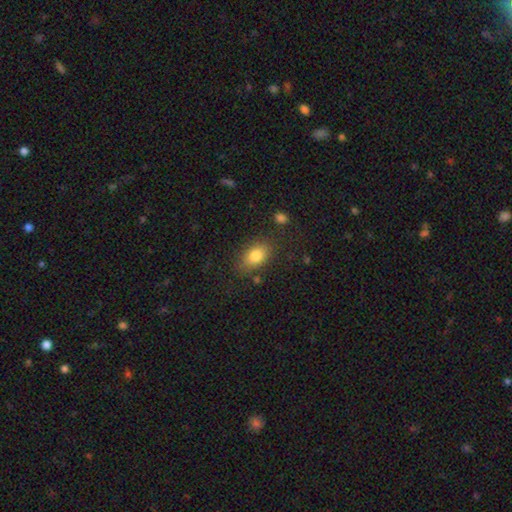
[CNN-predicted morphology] smooth_or_featured: smooth (p=0.80) [alt: featured or disk p=0.11]
how_rounded: in between (p=0.81) [alt: round p=0.17]
merging: none (p=0.76) [alt: minor disturbance p=0.16]